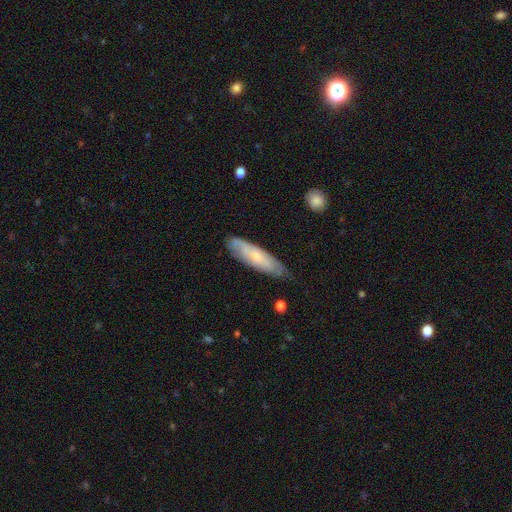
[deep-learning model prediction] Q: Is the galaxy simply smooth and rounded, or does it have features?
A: featured or disk — 51%.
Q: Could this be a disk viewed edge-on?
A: no — 66%.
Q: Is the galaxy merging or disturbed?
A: none — 75%.